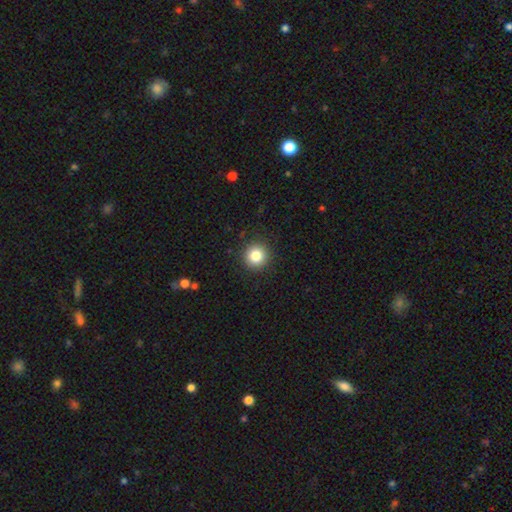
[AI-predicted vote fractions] Overall: smooth (83%). How rounded: round (94%). Merging: none (91%).